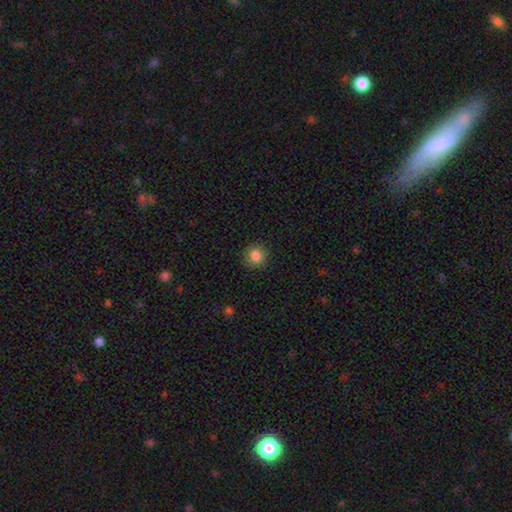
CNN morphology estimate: This is clearly a smooth galaxy (85%). How rounded: clearly round (91%). Merging: clearly none (88%).